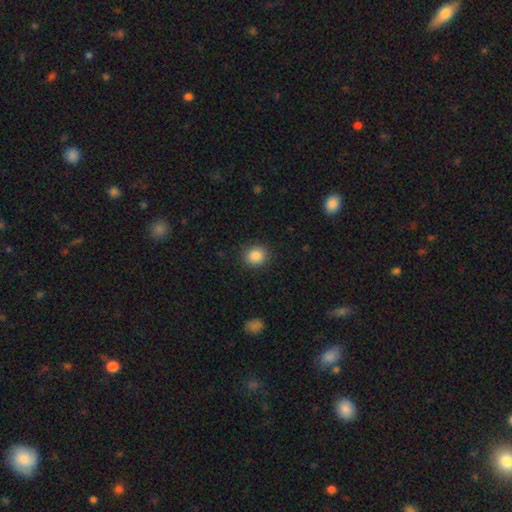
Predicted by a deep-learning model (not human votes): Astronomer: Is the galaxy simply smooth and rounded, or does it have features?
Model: smooth — 86%.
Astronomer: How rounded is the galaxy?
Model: round — 83%.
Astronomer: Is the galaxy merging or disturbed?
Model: none — 90%.